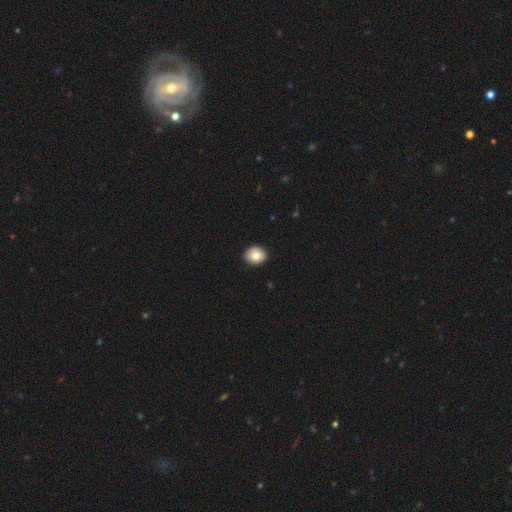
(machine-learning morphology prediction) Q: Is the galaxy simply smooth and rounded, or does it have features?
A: smooth — 79%.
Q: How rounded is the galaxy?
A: round — 59%.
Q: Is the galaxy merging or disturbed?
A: none — 91%.